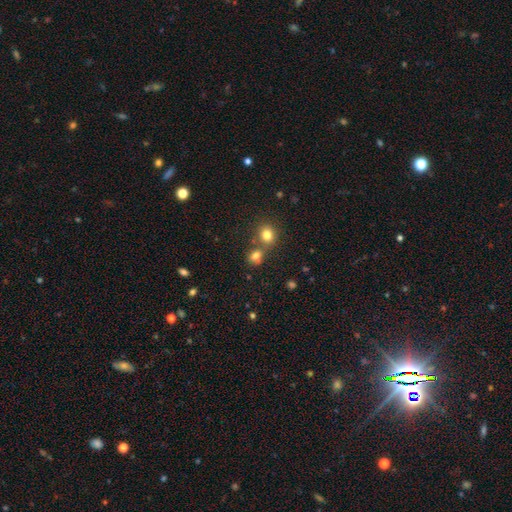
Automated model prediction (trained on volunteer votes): Smooth or featured?
  - smooth: 76% *
  - star or artifact: 15%
  - featured or disk: 9%
How rounded?
  - round: 62% *
  - in between: 37%
  - cigar-shaped: 1%
Merging?
  - none: 51% *
  - merger: 35%
  - minor disturbance: 10%
  - major disturbance: 4%